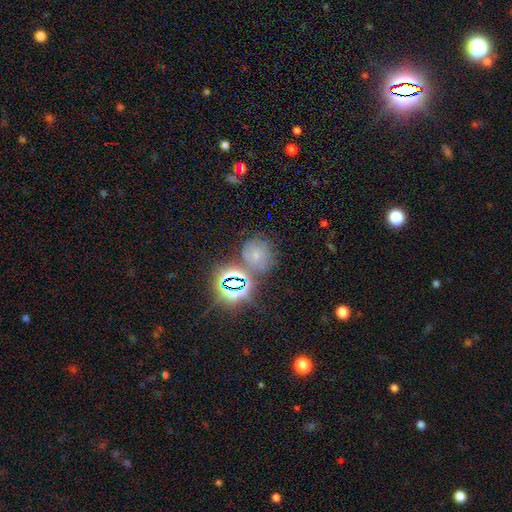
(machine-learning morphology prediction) Overall: star or artifact (42%; smooth 39%).